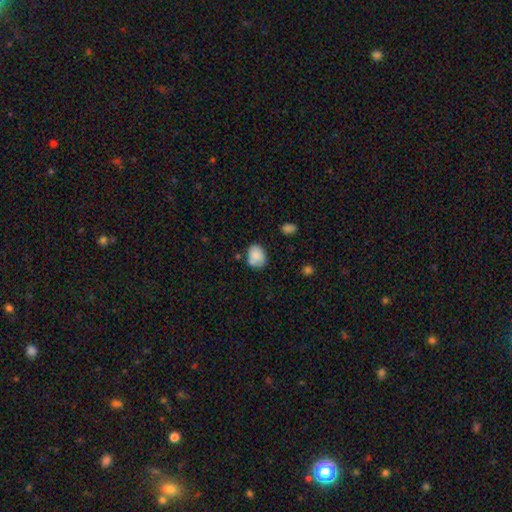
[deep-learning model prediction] This is clearly a smooth galaxy (83%). How rounded: likely in between (61%). Merging: likely none (63%).